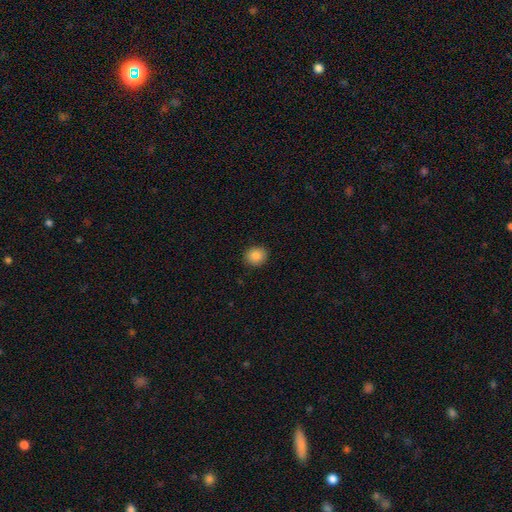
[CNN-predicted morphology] This appears to be a smooth galaxy with no disk features (86%) that is round (76%). Merging: none (91%).